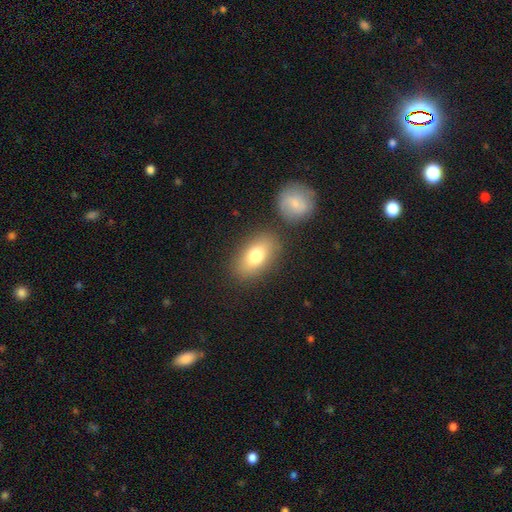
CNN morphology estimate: Smooth or featured: smooth — 77% (featured or disk — 14%)
How rounded: in between — 87% (round — 10%)
Merging: none — 78% (minor disturbance — 11%)